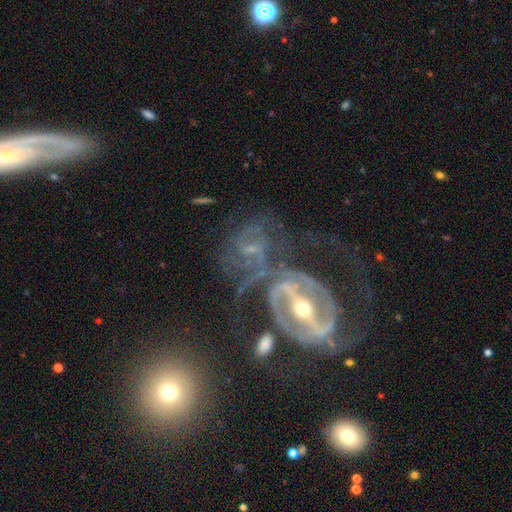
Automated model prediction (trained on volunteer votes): smooth_or_featured: featured or disk (p=0.73) [alt: star or artifact p=0.14]
disk_edge_on: no (p=0.89) [alt: yes p=0.11]
bar: no (p=0.60) [alt: weak p=0.29]
has_spiral_arms: yes (p=0.75) [alt: no p=0.25]
bulge_size: small (p=0.45) [alt: moderate p=0.43]
merging: none (p=0.50) [alt: major disturbance p=0.18]